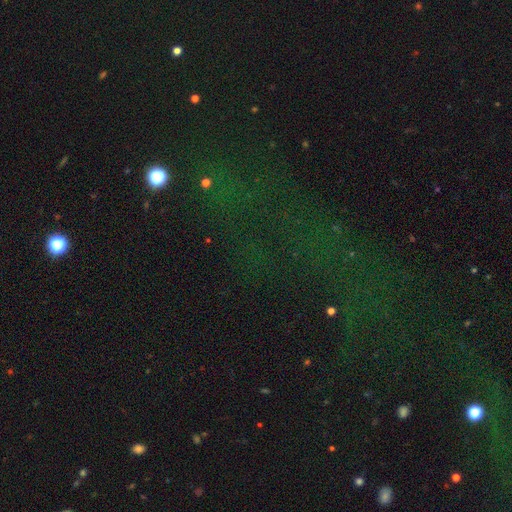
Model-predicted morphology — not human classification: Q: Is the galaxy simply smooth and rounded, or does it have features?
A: star or artifact — 68%.